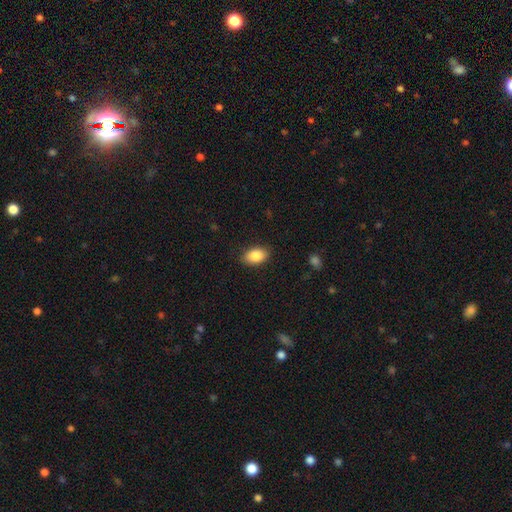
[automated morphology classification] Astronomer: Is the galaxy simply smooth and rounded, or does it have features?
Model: smooth — 87%.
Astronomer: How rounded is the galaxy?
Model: in between — 90%.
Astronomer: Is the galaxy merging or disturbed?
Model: none — 87%.